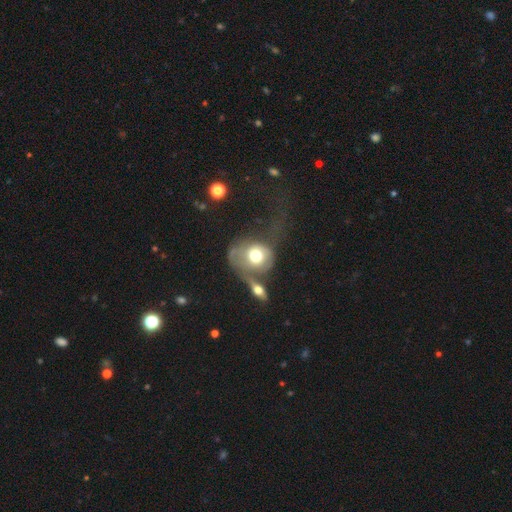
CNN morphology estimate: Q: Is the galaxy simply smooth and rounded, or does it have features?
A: smooth — 55%.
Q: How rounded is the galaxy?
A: round — 62%.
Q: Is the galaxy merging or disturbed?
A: merger — 44%.